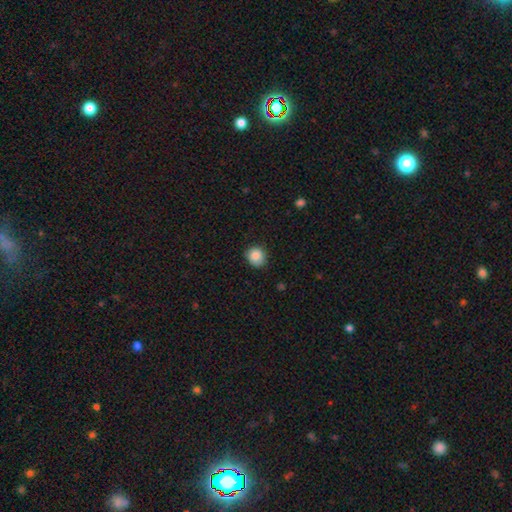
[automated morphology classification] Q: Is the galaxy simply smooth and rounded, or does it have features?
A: smooth — 86%.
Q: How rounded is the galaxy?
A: round — 82%.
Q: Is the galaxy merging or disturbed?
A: none — 81%.